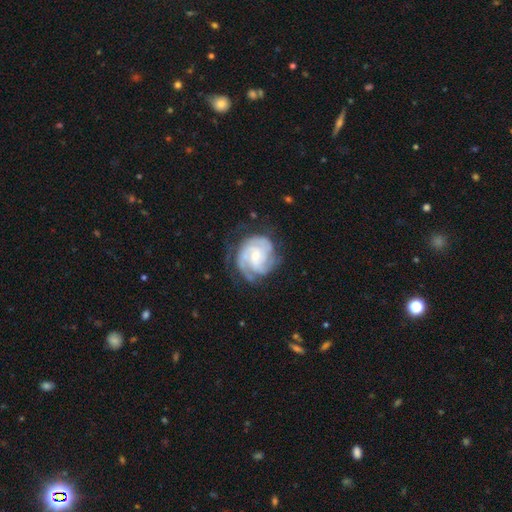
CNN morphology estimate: Smooth or featured? featured or disk (88%)
Edge-on disk? no (98%)
Bar? no (64%)
Spiral arms? yes (97%)
Spiral winding? tight (64%)
Spiral arm count? 3 (39%)
Bulge size? small (60%)
Merging? none (67%)